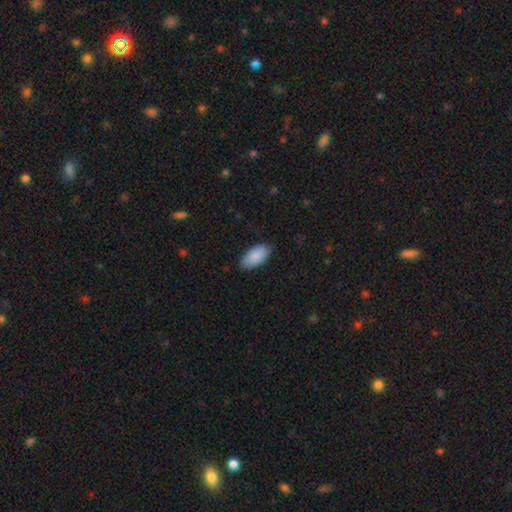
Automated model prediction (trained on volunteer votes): A smooth galaxy with no disk features (88%) that is in between round and cigar-shaped (95%). Merging: none (77%).